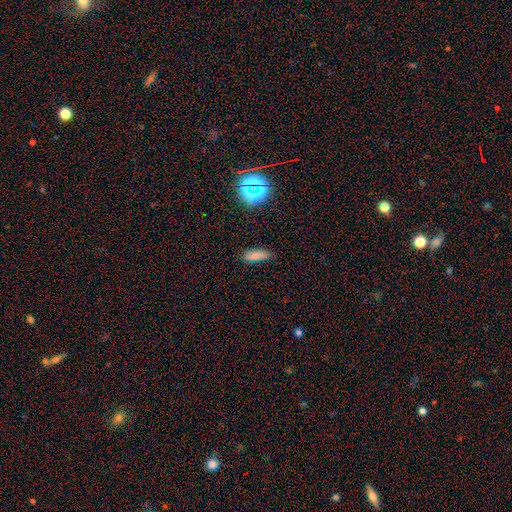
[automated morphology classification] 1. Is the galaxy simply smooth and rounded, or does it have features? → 77% smooth, 14% star or artifact, 9% featured or disk.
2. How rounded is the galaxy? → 68% in between, 29% cigar-shaped, 3% round.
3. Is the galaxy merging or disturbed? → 80% none, 15% minor disturbance, 3% major disturbance, 2% merger.